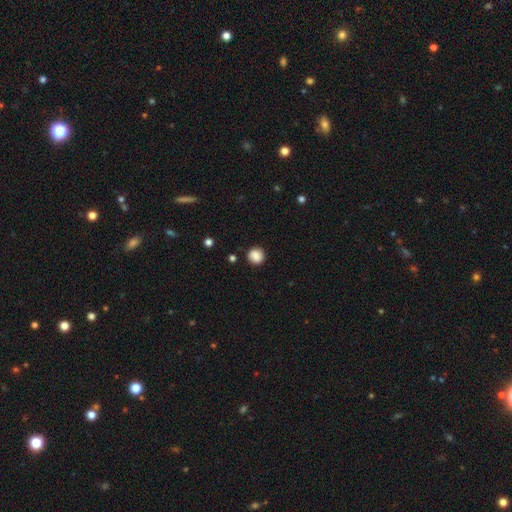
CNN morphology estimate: Q: Smooth or featured?
A: smooth (87%); runner-up: star or artifact (9%)
Q: How rounded?
A: round (90%); runner-up: in between (10%)
Q: Merging?
A: none (87%); runner-up: minor disturbance (9%)